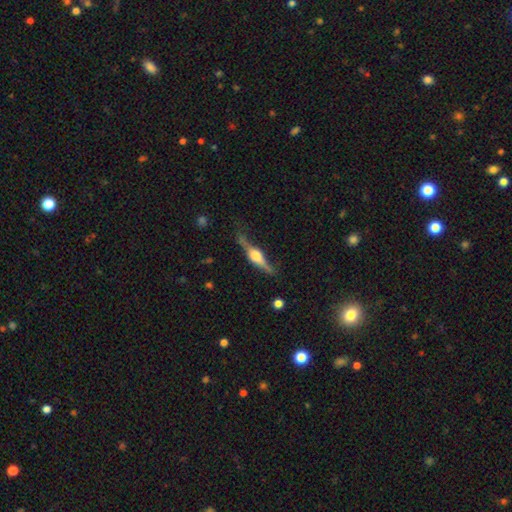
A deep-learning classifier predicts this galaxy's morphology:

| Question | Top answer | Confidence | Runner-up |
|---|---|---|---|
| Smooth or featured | featured or disk | 75% | smooth (19%) |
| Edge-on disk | yes | 96% | no (4%) |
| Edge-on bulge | rounded | 90% | boxy (8%) |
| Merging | none | 74% | minor disturbance (18%) |